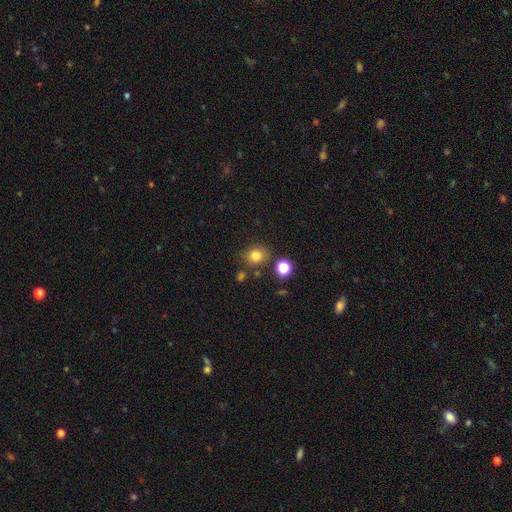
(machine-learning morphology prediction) This is clearly a smooth galaxy (80%). How rounded: likely round (73%). Merging: likely none (79%).